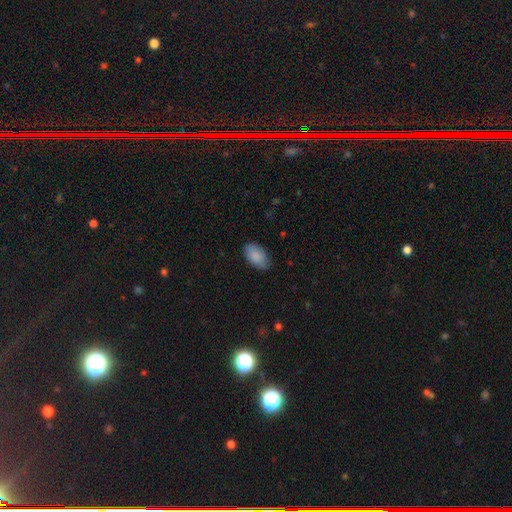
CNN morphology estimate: Smooth or featured?
  - smooth: 87% *
  - featured or disk: 6%
  - star or artifact: 6%
How rounded?
  - in between: 93% *
  - round: 5%
  - cigar-shaped: 1%
Merging?
  - none: 77% *
  - minor disturbance: 19%
  - major disturbance: 3%
  - merger: 1%